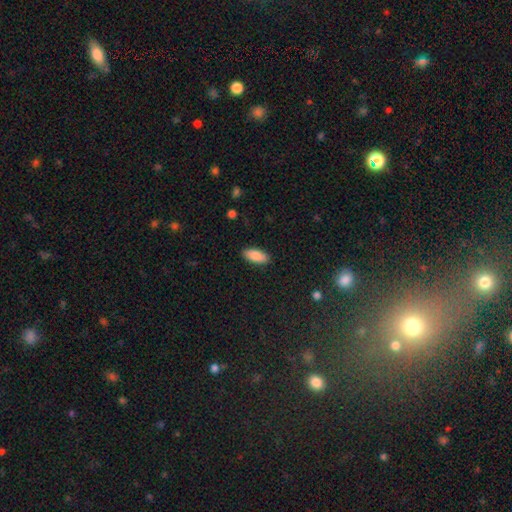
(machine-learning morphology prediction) Smooth or featured: smooth — 88% (star or artifact — 6%)
How rounded: in between — 85% (cigar-shaped — 13%)
Merging: none — 89% (minor disturbance — 8%)